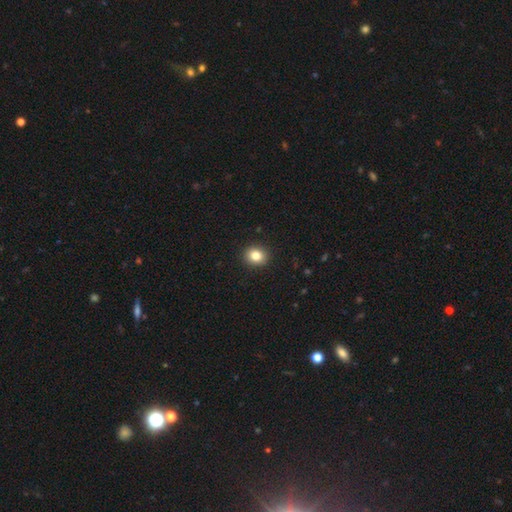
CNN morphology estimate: The model was most divided on "how rounded": round: 68%, in between: 31%, cigar-shaped: 1%. More confident: merging — none (92%); smooth or featured — smooth (83%).